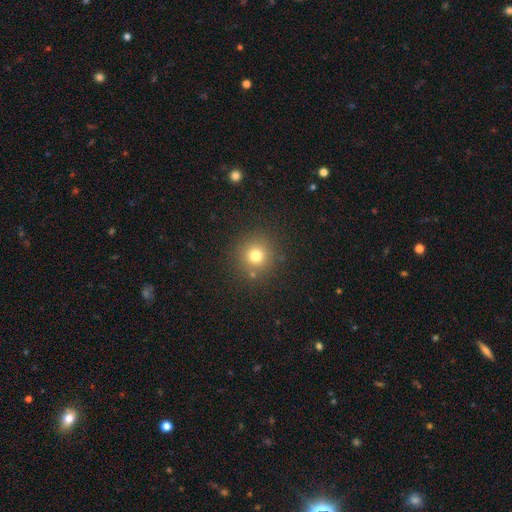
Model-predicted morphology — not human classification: A smooth galaxy with no disk features (74%) that is round (94%). Merging: none (85%).